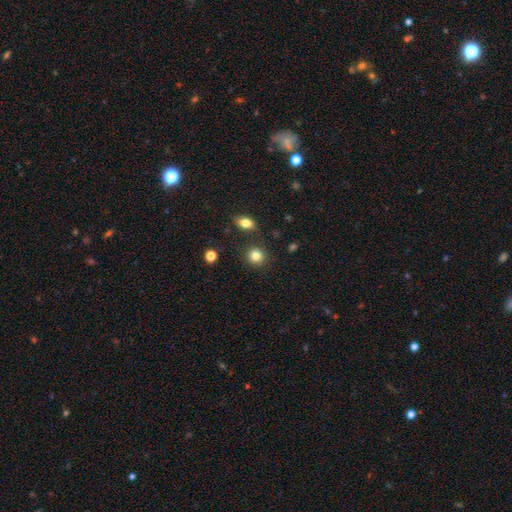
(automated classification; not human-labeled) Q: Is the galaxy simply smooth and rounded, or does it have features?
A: smooth — 84%.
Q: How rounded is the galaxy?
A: round — 87%.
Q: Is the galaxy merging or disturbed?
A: none — 86%.